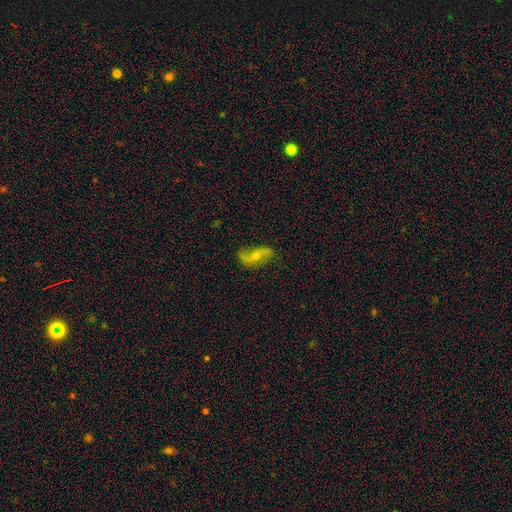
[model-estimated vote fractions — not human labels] Smooth or featured?
  - featured or disk: 66% *
  - smooth: 26%
  - star or artifact: 8%
Edge-on disk?
  - no: 94% *
  - yes: 6%
Bar?
  - no: 46% *
  - weak: 35%
  - strong: 19%
Spiral arms?
  - yes: 87% *
  - no: 13%
Spiral winding?
  - loose: 79% *
  - medium: 15%
  - tight: 6%
Spiral arm count?
  - 2: 90% *
  - 1: 4%
  - can't tell: 4%
  - 3: 1%
  - 4: 1%
  - more than 4: 1%
Bulge size?
  - small: 48% *
  - moderate: 44%
  - none: 4%
  - large: 2%
  - dominant: 1%
Merging?
  - none: 72% *
  - minor disturbance: 19%
  - major disturbance: 7%
  - merger: 2%